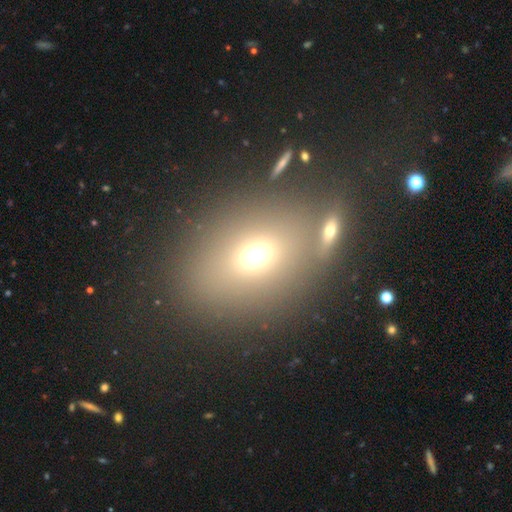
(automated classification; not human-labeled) Morphology: type=smooth (64%); roundness=in between (54%); merging=none (70%).